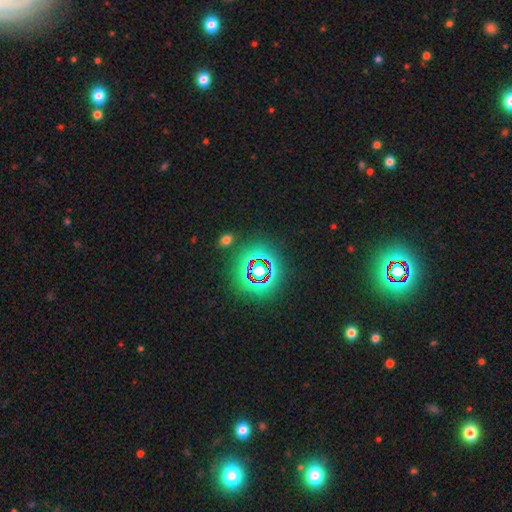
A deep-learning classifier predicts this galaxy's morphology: This appears to be a star or artifact, not a galaxy (61%).